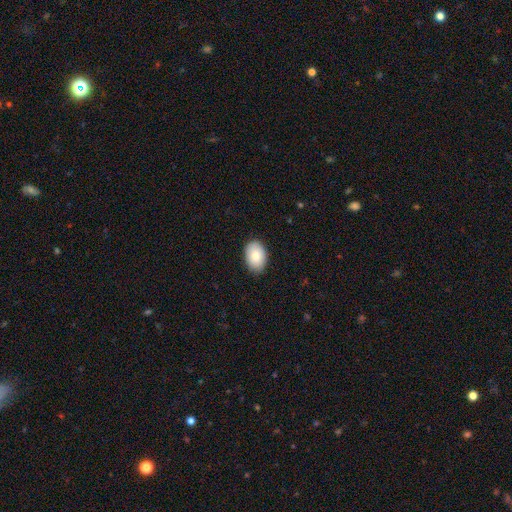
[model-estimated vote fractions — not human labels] Smooth or featured? smooth (81%)
How rounded? in between (85%)
Merging? none (86%)